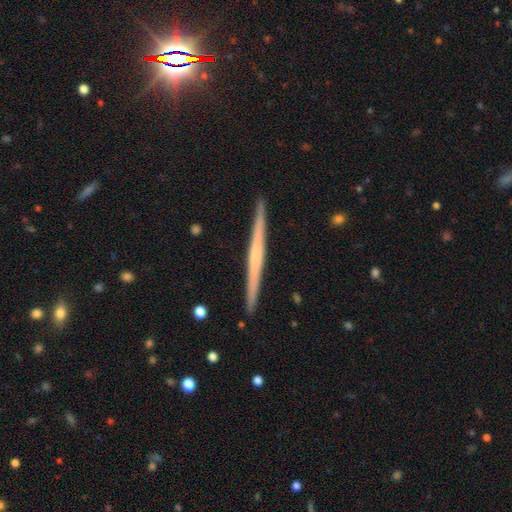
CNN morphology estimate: This appears to be a featured or disk galaxy (63%) viewed edge-on (98%) with no central bulge (69%). Merging: none (92%).